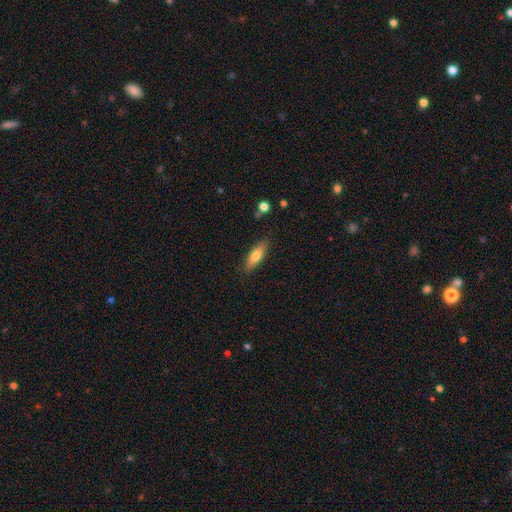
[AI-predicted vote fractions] Smooth or featured: smooth — 68% (featured or disk — 26%)
How rounded: in between — 52% (cigar-shaped — 46%)
Merging: none — 85% (minor disturbance — 11%)